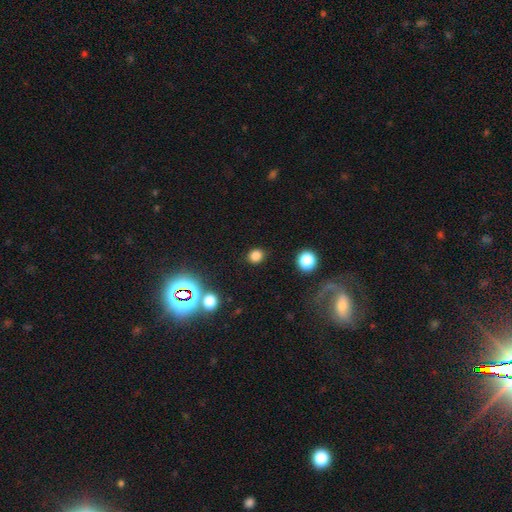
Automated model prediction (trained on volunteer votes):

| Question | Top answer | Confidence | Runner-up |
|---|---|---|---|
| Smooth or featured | smooth | 80% | star or artifact (16%) |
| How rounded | round | 73% | in between (25%) |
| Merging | none | 88% | minor disturbance (8%) |